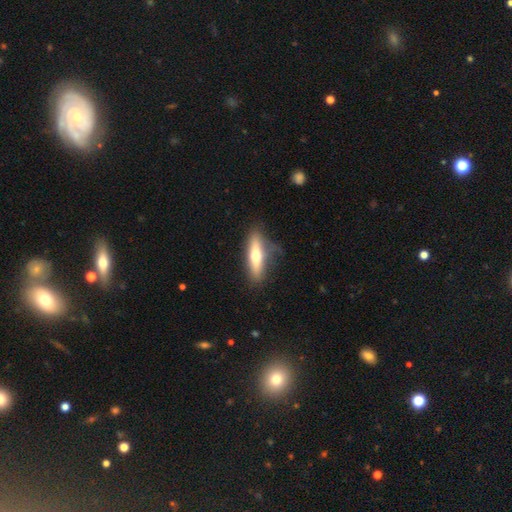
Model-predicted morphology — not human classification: smooth-or-featured: smooth: 55% | featured or disk: 39% | star or artifact: 6%
  how-rounded: cigar-shaped: 68% | in between: 30% | round: 2%
  merging: none: 74% | minor disturbance: 18% | major disturbance: 6% | merger: 2%